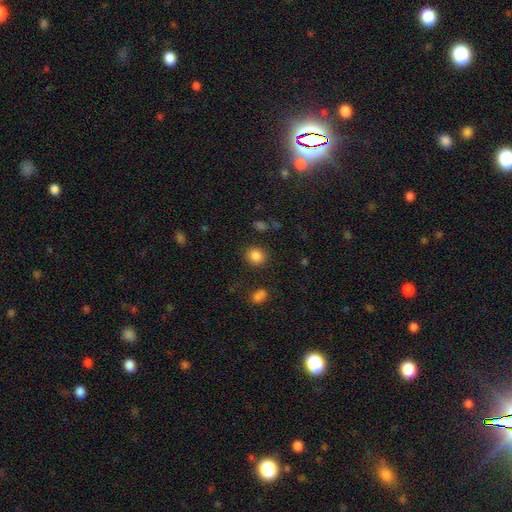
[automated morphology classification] type=smooth (85%); roundness=round (73%); merging=none (86%).